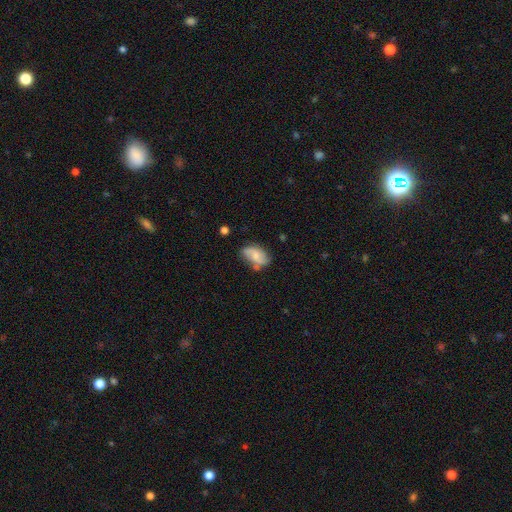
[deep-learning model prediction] smooth-or-featured: featured or disk: 46% (tied) | smooth: 46% (tied) | star or artifact: 8%
  merging: none: 58% | minor disturbance: 27% | major disturbance: 8% | merger: 7%